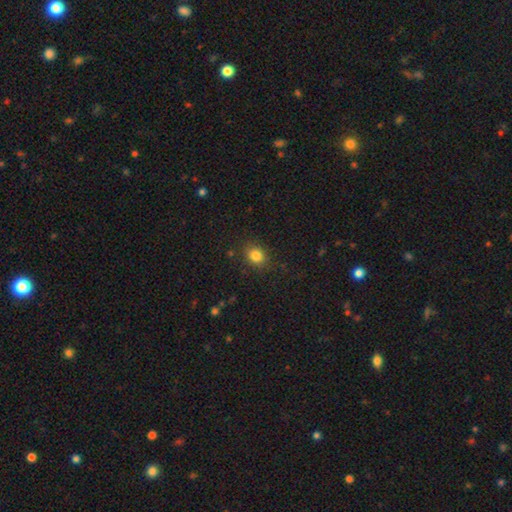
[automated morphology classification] Smooth or featured?
  - smooth: 83% *
  - star or artifact: 12%
  - featured or disk: 5%
How rounded?
  - round: 59% *
  - in between: 40%
  - cigar-shaped: 1%
Merging?
  - none: 85% *
  - minor disturbance: 10%
  - major disturbance: 3%
  - merger: 1%